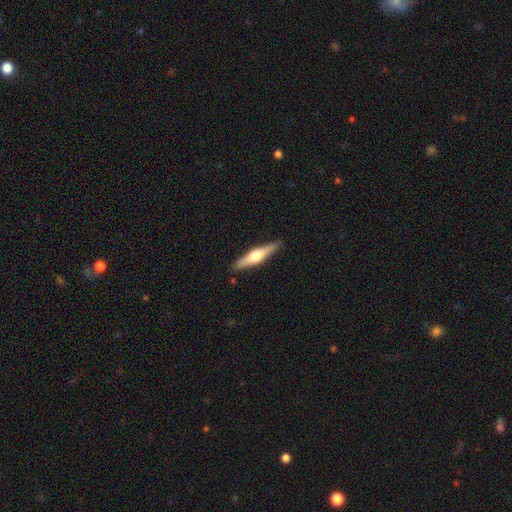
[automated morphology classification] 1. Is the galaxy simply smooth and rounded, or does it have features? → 59% featured or disk, 36% smooth, 5% star or artifact.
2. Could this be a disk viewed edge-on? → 97% yes, 3% no.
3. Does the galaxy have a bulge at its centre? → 89% rounded, 8% boxy, 3% none.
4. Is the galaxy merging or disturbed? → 88% none, 9% minor disturbance, 2% major disturbance, 1% merger.